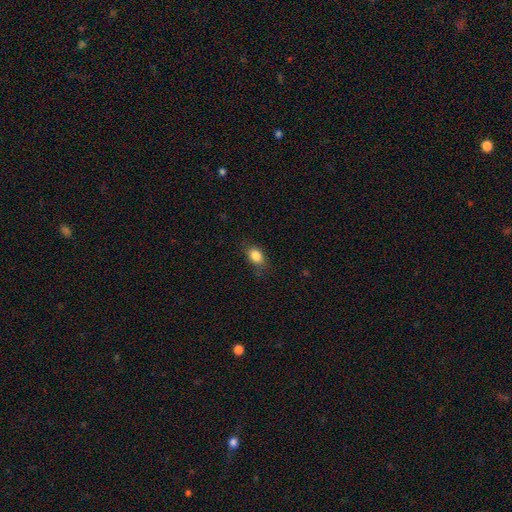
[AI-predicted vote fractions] Smooth or featured? smooth (85%)
How rounded? in between (76%)
Merging? none (77%)